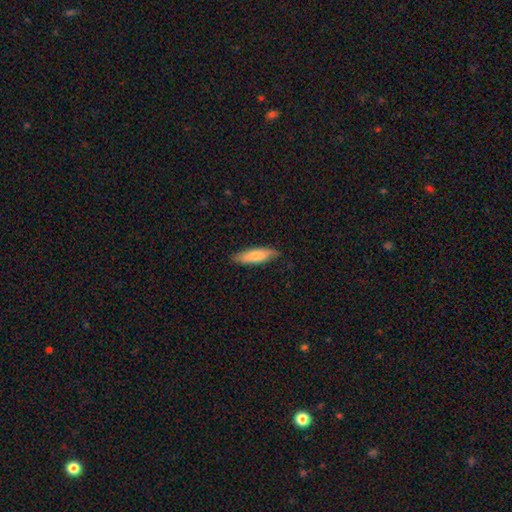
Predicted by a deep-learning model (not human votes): This appears to be a smooth galaxy with no disk features (75%) that is cigar-shaped (62%). Merging: none (85%).